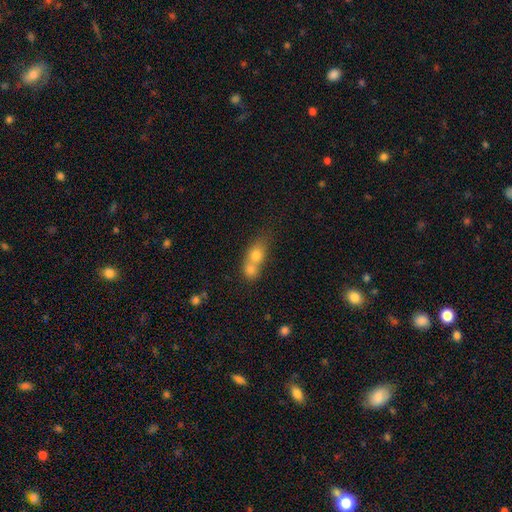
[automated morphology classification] Overall: smooth (70%). How rounded: round (47%, tied with in between). Merging: merger (71%).